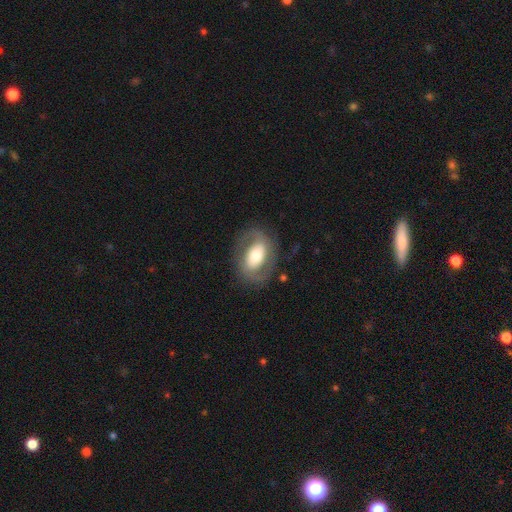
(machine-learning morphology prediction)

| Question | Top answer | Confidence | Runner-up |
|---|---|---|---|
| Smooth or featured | featured or disk | 67% | smooth (26%) |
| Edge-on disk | no | 95% | yes (5%) |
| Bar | no | 37% | strong (32%) |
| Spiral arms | yes | 73% | no (27%) |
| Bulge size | moderate | 53% | large (28%) |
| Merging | none | 79% | minor disturbance (12%) |